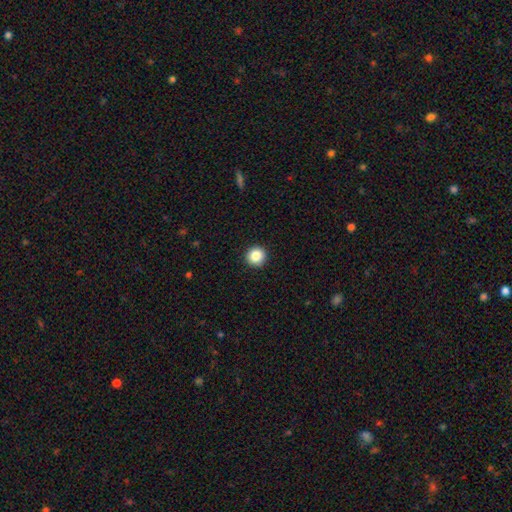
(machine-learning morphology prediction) Smooth or featured?
  - smooth: 86% *
  - star or artifact: 9%
  - featured or disk: 5%
How rounded?
  - round: 95% *
  - in between: 4%
  - cigar-shaped: 1%
Merging?
  - none: 93% *
  - minor disturbance: 5%
  - major disturbance: 1%
  - merger: 1%